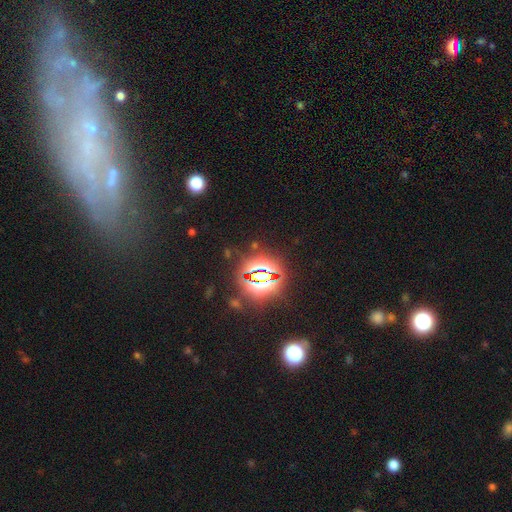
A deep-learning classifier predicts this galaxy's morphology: Smooth or featured: star or artifact — 62% (smooth — 19%)